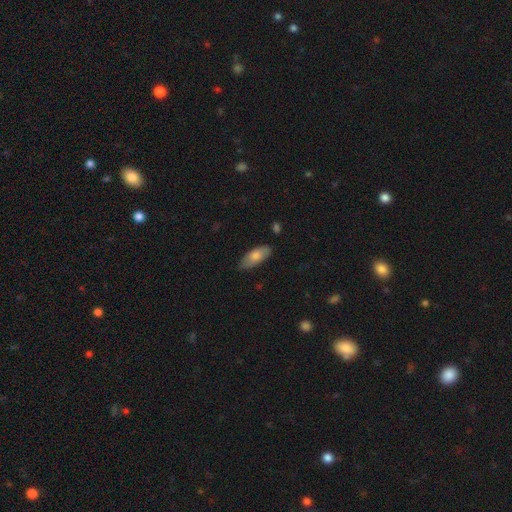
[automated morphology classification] Smooth or featured? smooth (76%)
How rounded? in between (81%)
Merging? none (79%)